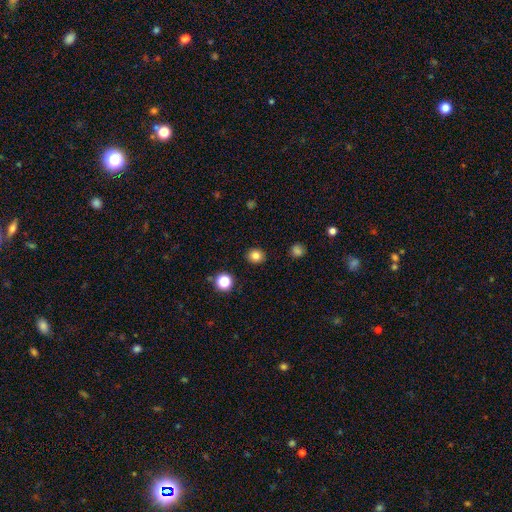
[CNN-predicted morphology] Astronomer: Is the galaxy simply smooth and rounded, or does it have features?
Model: smooth — 82%.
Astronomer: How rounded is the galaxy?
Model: round — 81%.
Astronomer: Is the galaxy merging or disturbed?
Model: none — 91%.